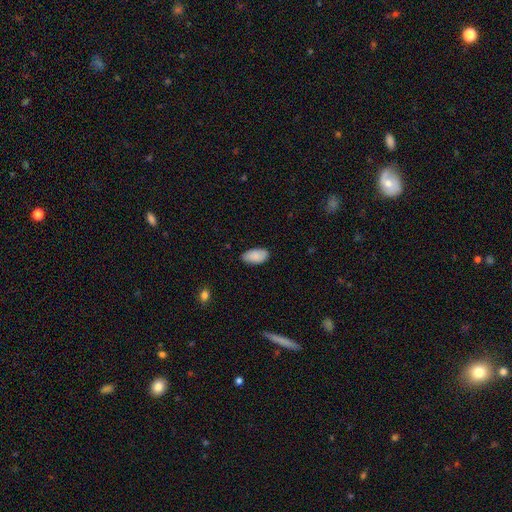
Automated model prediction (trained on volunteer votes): Smooth or featured?
  - smooth: 88% *
  - star or artifact: 6%
  - featured or disk: 5%
How rounded?
  - in between: 95% *
  - round: 3%
  - cigar-shaped: 2%
Merging?
  - none: 83% *
  - minor disturbance: 14%
  - major disturbance: 2%
  - merger: 1%